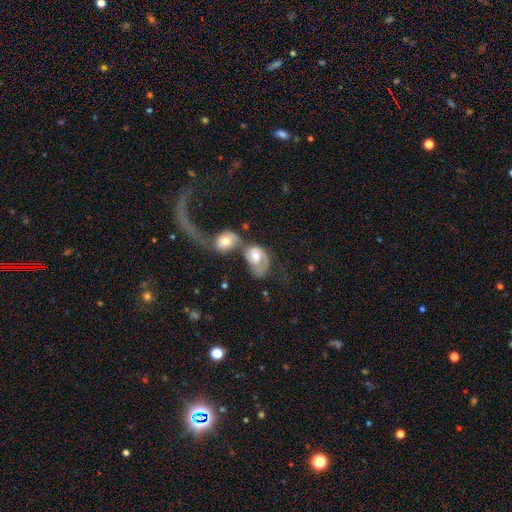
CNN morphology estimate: This appears to be a featured or disk galaxy (51%). Merging: merger (57%).